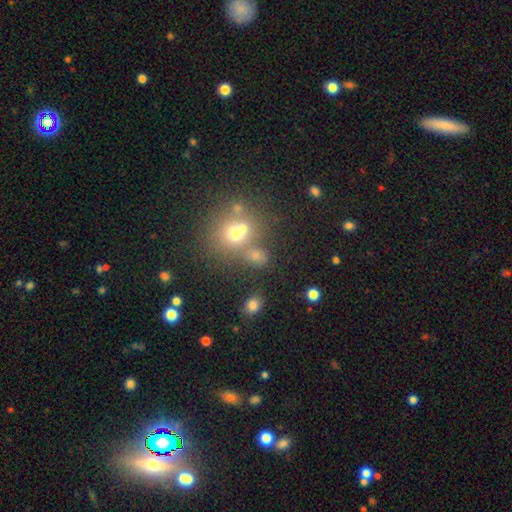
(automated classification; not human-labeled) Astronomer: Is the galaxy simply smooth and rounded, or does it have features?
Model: smooth — 66%.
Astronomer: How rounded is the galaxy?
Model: round — 60% (runner-up: in between, 38%).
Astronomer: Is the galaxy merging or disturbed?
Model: none — 54%.